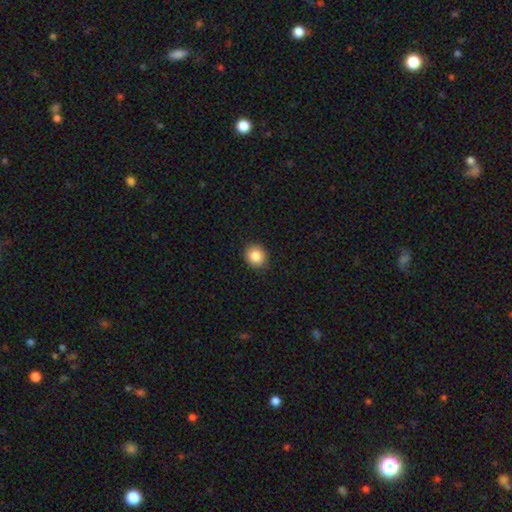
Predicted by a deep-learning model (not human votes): Smooth or featured? Predicted: smooth (p=0.86). How rounded? Predicted: round (p=0.77). Merging? Predicted: none (p=0.91).